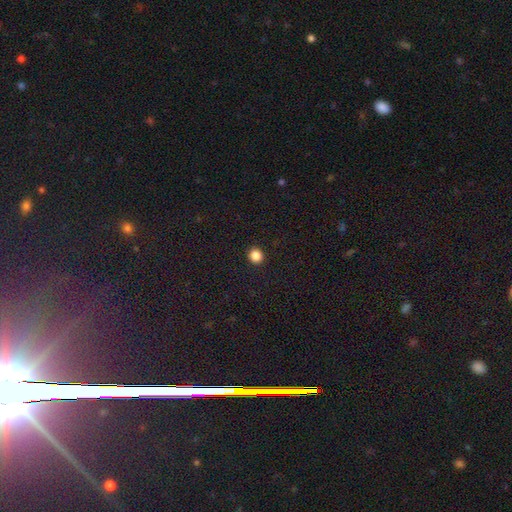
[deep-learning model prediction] Morphology: type=smooth (86%); roundness=round (90%); merging=none (93%).